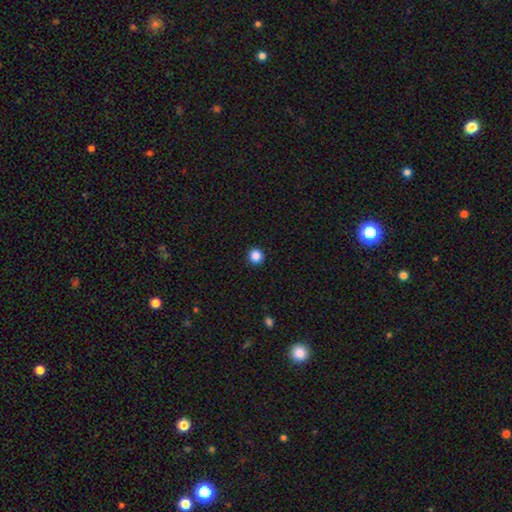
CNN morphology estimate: A smooth galaxy with no disk features (86%) that is round (96%). Merging: none (94%).